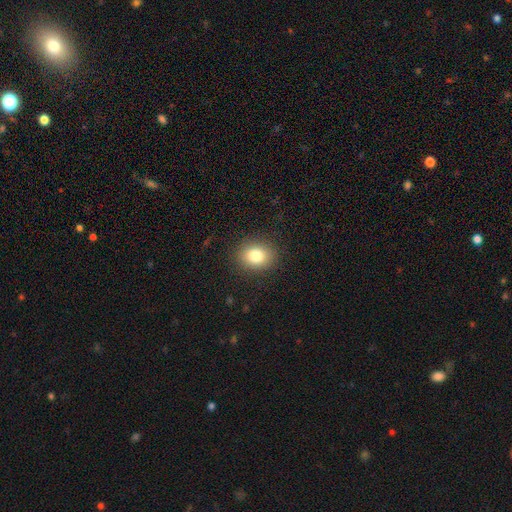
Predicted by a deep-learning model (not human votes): A smooth galaxy with no disk features (82%) that is round (53%). Merging: none (88%).